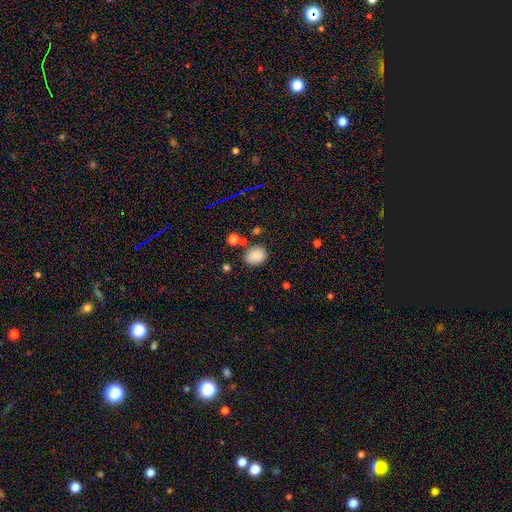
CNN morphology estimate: This appears to be a smooth galaxy with no disk features (84%) that is round (50%). Merging: none (76%).